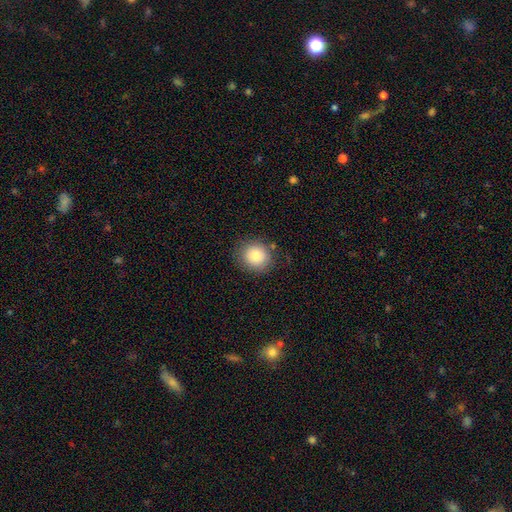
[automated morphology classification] type=smooth (82%); roundness=round (85%); merging=none (84%).